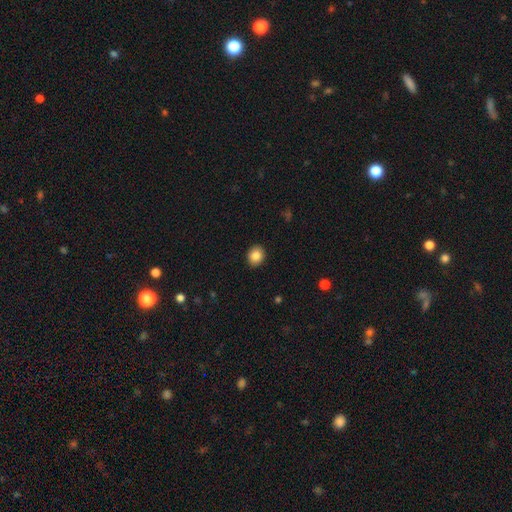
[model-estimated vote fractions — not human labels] Q: Smooth or featured?
A: smooth (85%); runner-up: star or artifact (9%)
Q: How rounded?
A: round (58%); runner-up: in between (41%)
Q: Merging?
A: none (91%); runner-up: minor disturbance (6%)